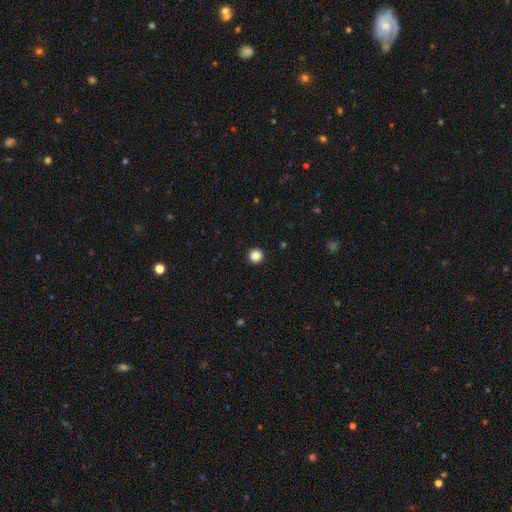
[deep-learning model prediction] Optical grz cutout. It shows a smooth galaxy with no disk features (87%) that is round (96%). Merging: none (94%).